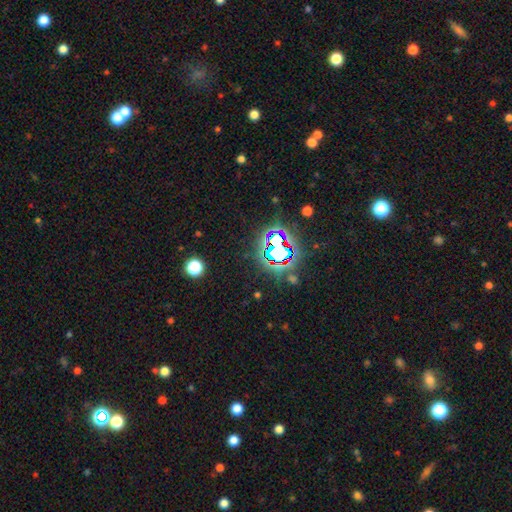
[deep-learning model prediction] Q: Smooth or featured?
A: star or artifact (83%); runner-up: smooth (10%)